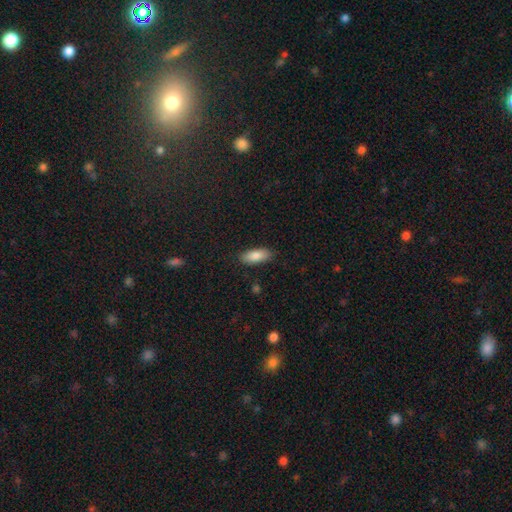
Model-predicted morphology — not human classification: Overall: smooth (85%). How rounded: in between (83%). Merging: none (87%).